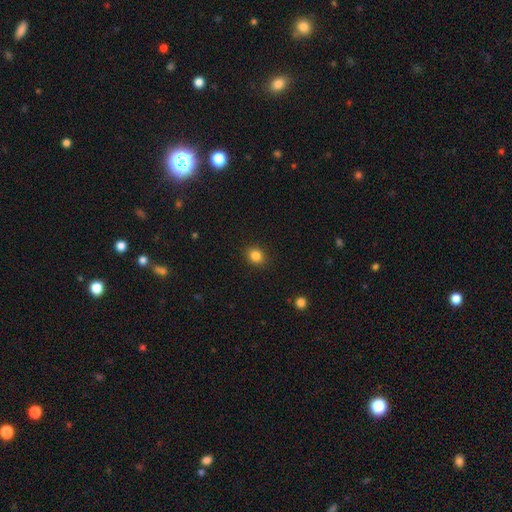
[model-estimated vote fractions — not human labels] Morphology: type=smooth (84%); roundness=round (66%); merging=none (90%).